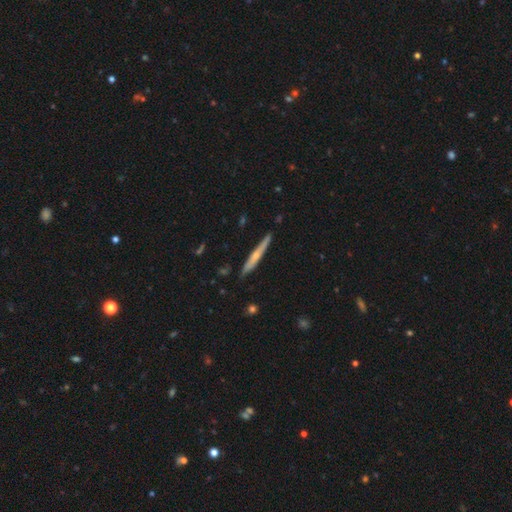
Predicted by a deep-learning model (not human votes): Smooth or featured? featured or disk (56%)
Edge-on disk? yes (96%)
Edge-on bulge? rounded (64%)
Merging? none (87%)